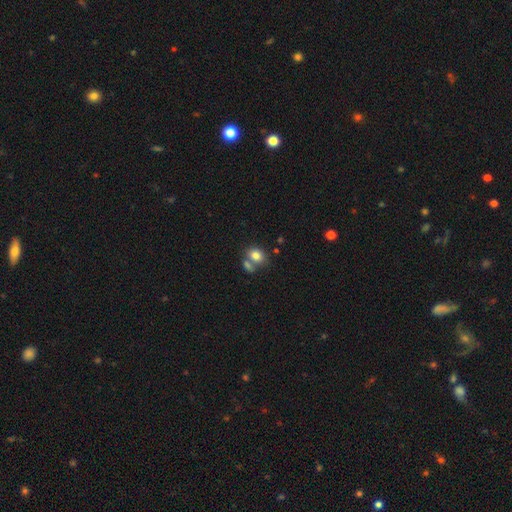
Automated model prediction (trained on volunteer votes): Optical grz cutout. It shows a smooth galaxy with no disk features (80%) that is in between round and cigar-shaped (62%). Merging: none (45%).